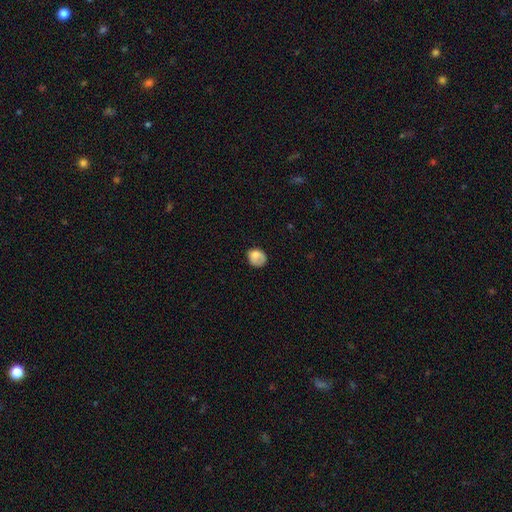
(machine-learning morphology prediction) A smooth galaxy with no disk features (74%) that is round (55%).

Vote fractions:
- Smooth or featured? smooth: 74% / featured or disk: 17% / star or artifact: 9%
- How rounded? round: 55% / in between: 44% / cigar-shaped: 1%
- Merging? none: 50% / minor disturbance: 30% / major disturbance: 18% / merger: 3%